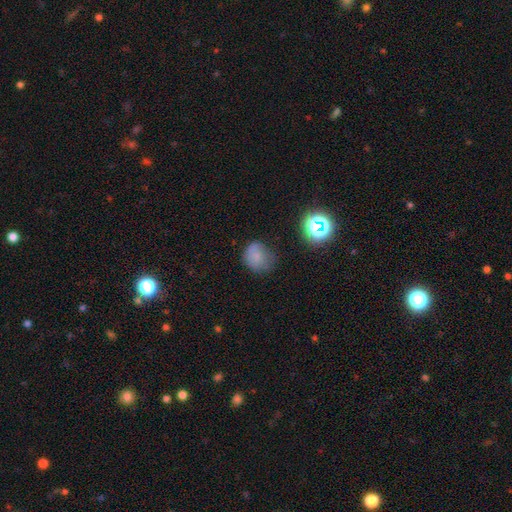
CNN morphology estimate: type=smooth (74%); roundness=round (70%); merging=none (57%).